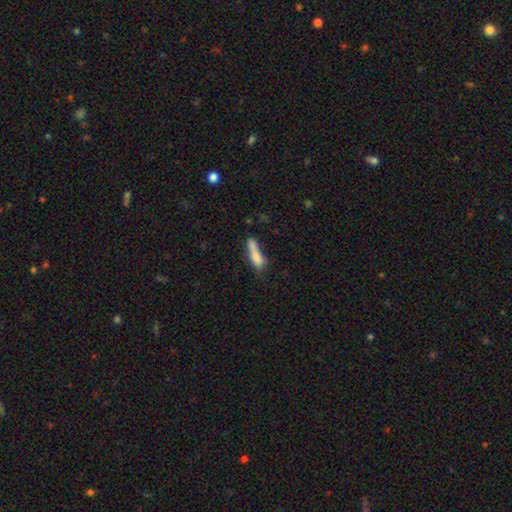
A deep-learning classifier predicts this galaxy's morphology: The model was most divided on "merging": none: 39%, merger: 25%, minor disturbance: 23%, major disturbance: 14%. More confident: smooth or featured — smooth (73%); how rounded — cigar-shaped (61%).